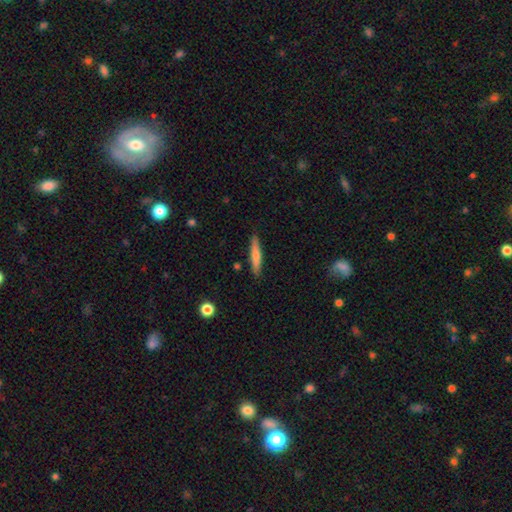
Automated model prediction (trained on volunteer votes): Smooth or featured? Predicted: smooth (p=0.64). How rounded? Predicted: cigar-shaped (p=0.89). Merging? Predicted: none (p=0.88).